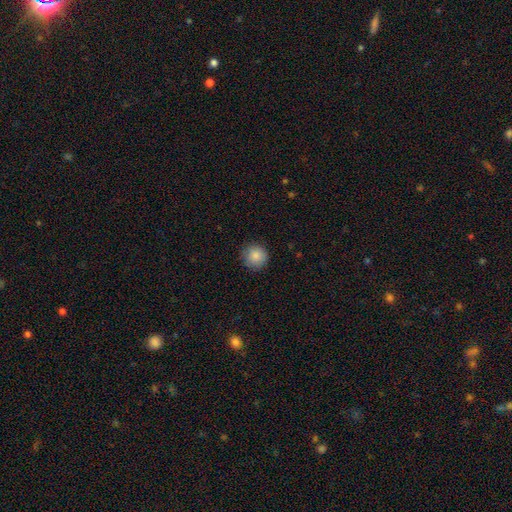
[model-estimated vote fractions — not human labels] A smooth galaxy with no disk features (86%) that is round (94%). Merging: none (87%).